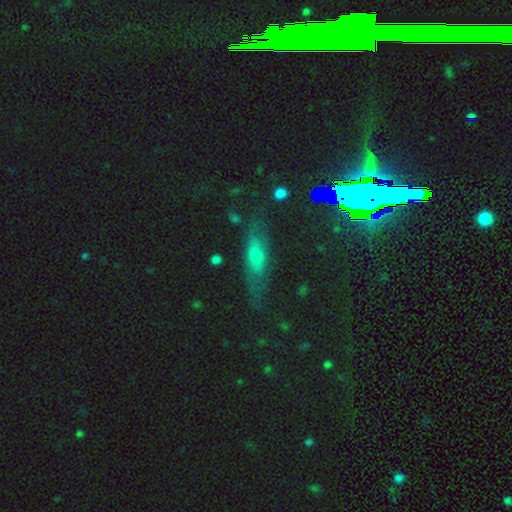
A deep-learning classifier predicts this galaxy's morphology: Smooth or featured? smooth (48%)
Merging? none (67%)